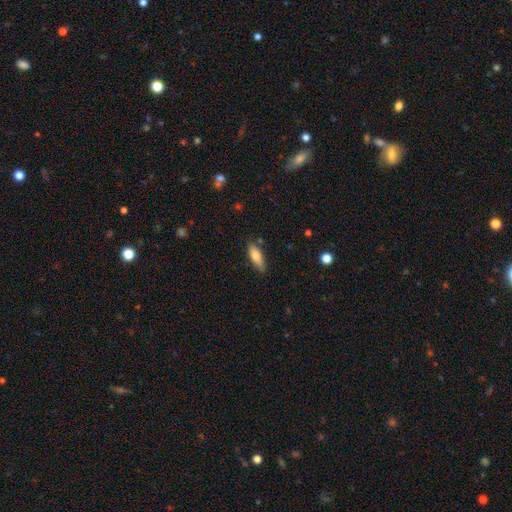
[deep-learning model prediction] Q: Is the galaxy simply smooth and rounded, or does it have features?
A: smooth — 72%.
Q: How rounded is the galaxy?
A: in between — 53%.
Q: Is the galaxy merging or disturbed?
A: none — 81%.